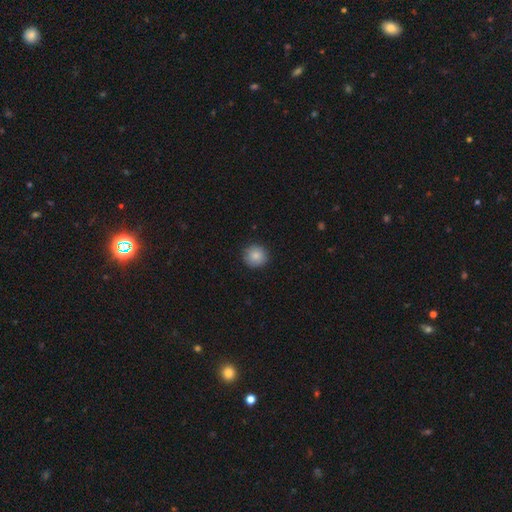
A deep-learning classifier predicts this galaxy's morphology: The model was most divided on "smooth or featured": smooth: 86%, star or artifact: 8%, featured or disk: 5%. More confident: how rounded — round (94%); merging — none (89%).